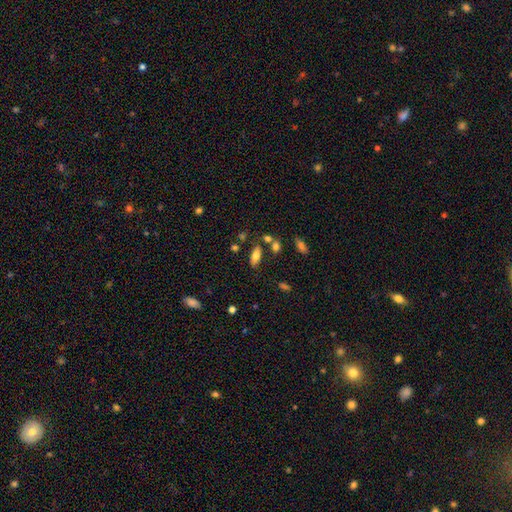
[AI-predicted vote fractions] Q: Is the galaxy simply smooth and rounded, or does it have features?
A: smooth — 73%.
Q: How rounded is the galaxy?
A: in between — 80%.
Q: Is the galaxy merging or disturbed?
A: none — 73%.